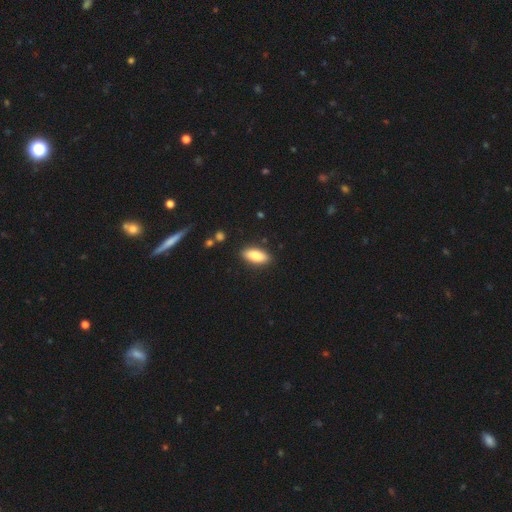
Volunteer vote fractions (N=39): smooth_or_featured: smooth (p=0.87) [alt: featured or disk p=0.08]
how_rounded: in between (p=0.82) [alt: cigar-shaped p=0.15]
merging: none (p=0.95) [alt: minor disturbance p=0.03]